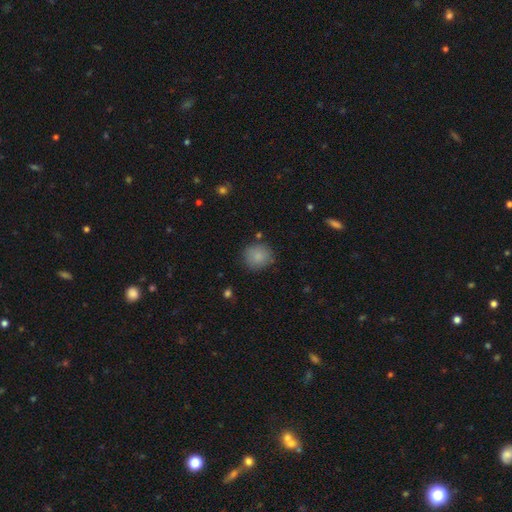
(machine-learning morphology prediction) This appears to be a smooth galaxy with no disk features (86%) that is round (85%). Merging: none (80%).